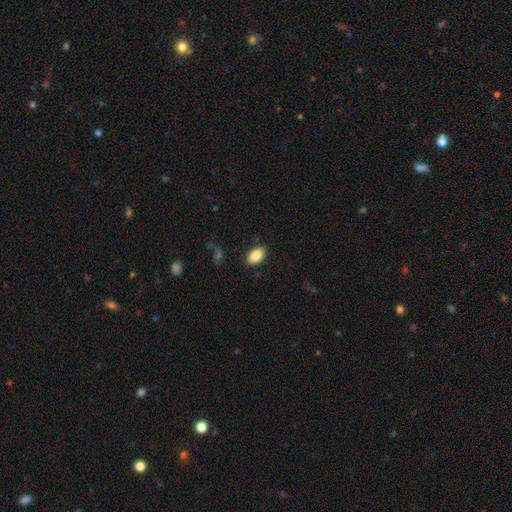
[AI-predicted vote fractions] A smooth galaxy with no disk features (88%) that is in between round and cigar-shaped (93%). Merging: none (87%).